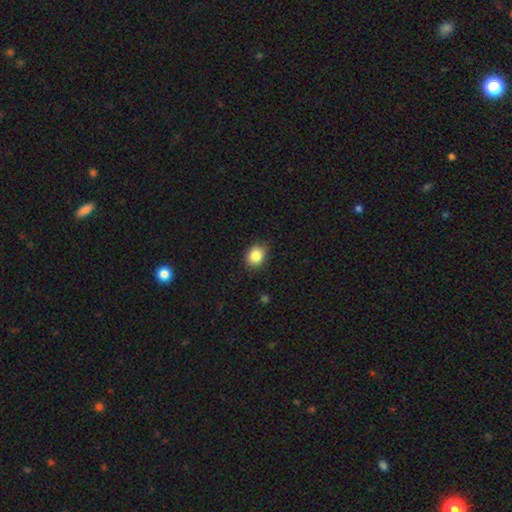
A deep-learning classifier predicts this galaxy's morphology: Smooth or featured? smooth (85%)
How rounded? round (58%)
Merging? none (85%)